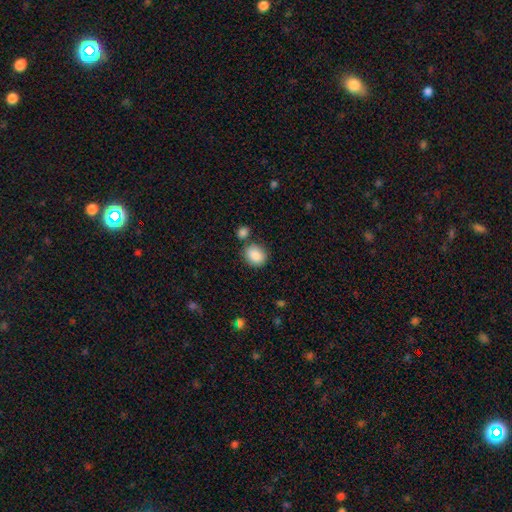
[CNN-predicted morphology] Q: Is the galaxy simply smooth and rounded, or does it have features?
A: smooth — 88%.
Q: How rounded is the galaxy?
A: round — 56%.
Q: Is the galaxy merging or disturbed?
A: none — 73%.